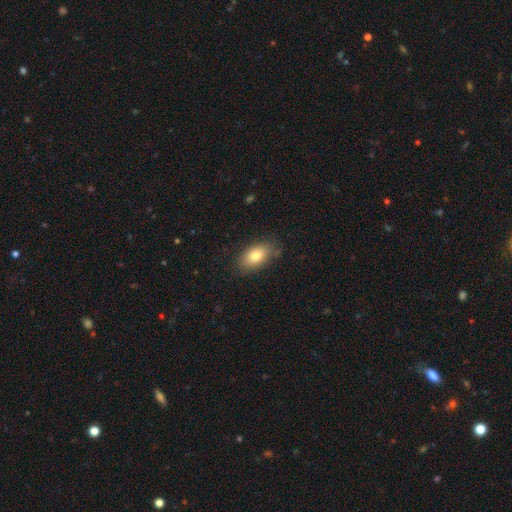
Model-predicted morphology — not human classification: smooth 78%, featured or disk 14%, star or artifact 8%. Down the decision tree: how rounded — in between (90%); merging — none (77%).